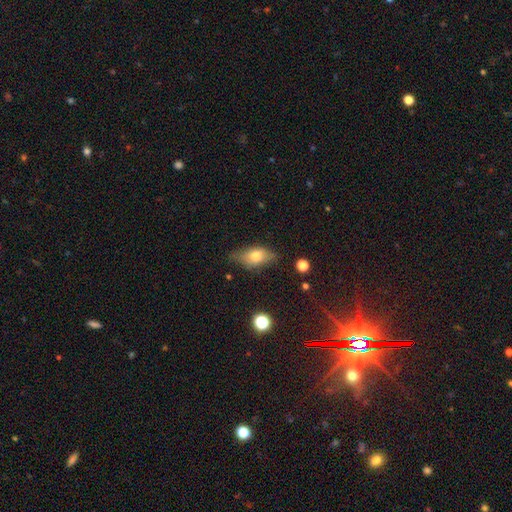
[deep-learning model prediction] smooth_or_featured: smooth (p=0.69) [alt: featured or disk p=0.23]
how_rounded: in between (p=0.85) [alt: cigar-shaped p=0.09]
merging: none (p=0.67) [alt: minor disturbance p=0.25]